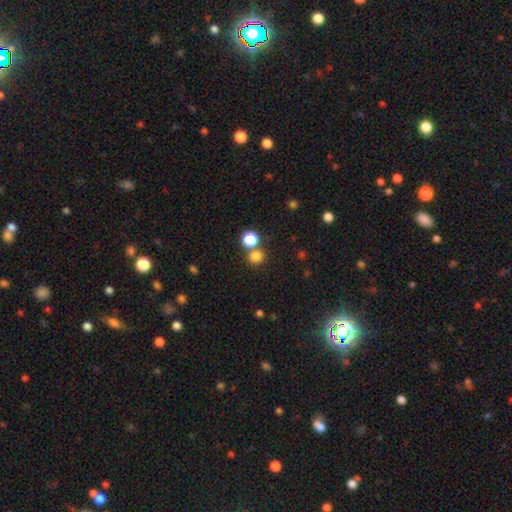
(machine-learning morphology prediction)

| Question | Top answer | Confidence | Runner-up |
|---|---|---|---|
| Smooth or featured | smooth | 79% | star or artifact (16%) |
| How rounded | round | 90% | in between (9%) |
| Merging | none | 69% | merger (22%) |